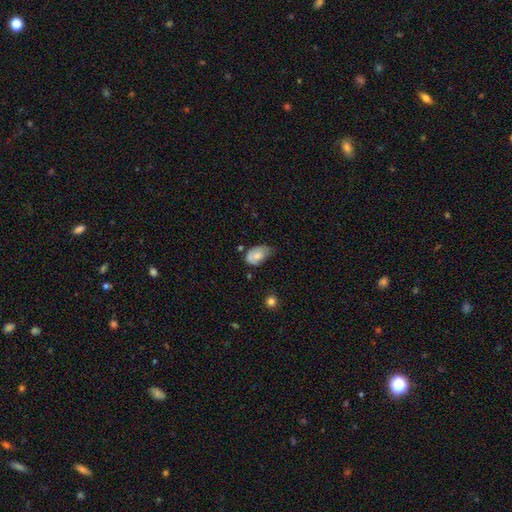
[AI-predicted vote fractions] A smooth galaxy with no disk features (68%) that is in between round and cigar-shaped (87%). Merging: minor disturbance (46%).